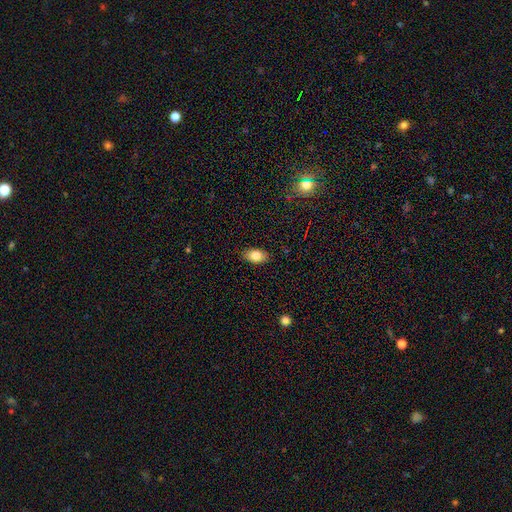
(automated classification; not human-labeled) Smooth or featured? smooth (83%)
How rounded? in between (91%)
Merging? none (87%)